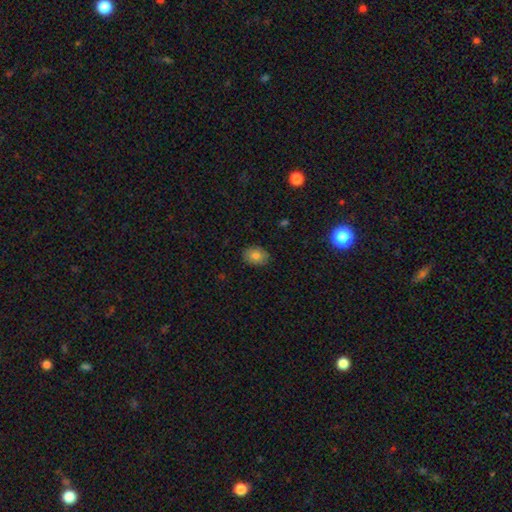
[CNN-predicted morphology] A smooth galaxy with no disk features (81%) that is in between round and cigar-shaped (66%). Merging: none (84%).